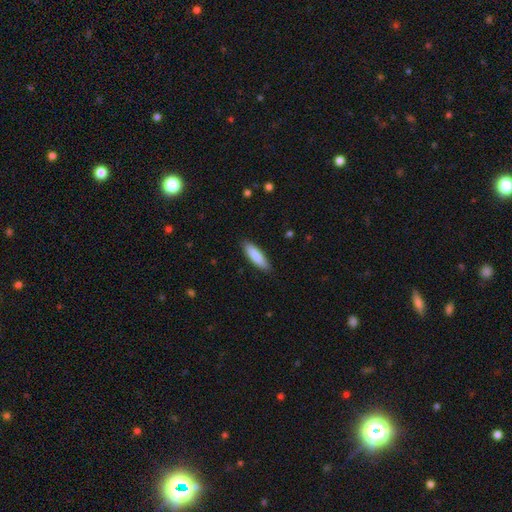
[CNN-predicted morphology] type=smooth (86%); roundness=cigar-shaped (60%); merging=none (88%).